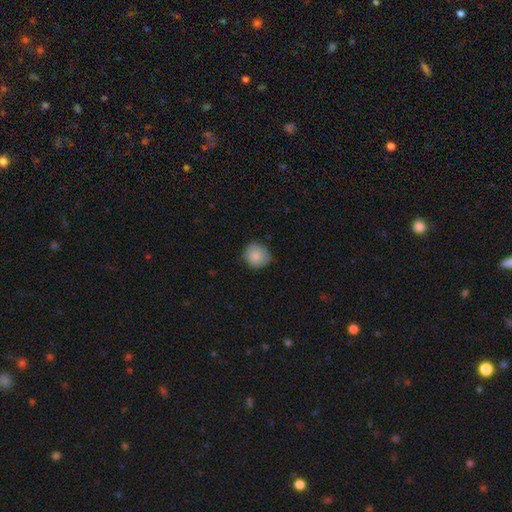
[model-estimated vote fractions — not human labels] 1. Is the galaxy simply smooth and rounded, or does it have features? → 86% smooth, 8% star or artifact, 7% featured or disk.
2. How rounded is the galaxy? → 89% round, 10% in between, 1% cigar-shaped.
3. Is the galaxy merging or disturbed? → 76% none, 20% minor disturbance, 3% major disturbance, 1% merger.